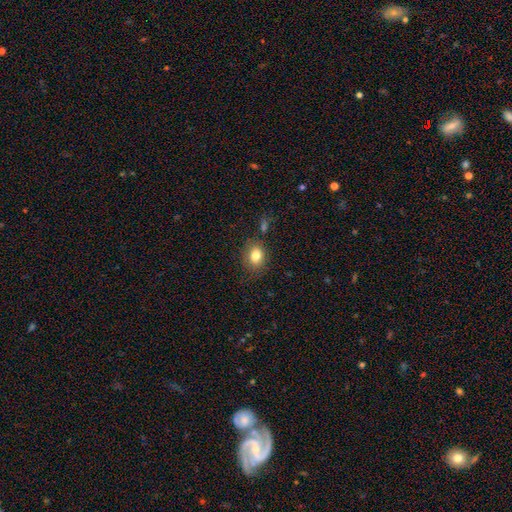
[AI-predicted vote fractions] The model was most divided on "how rounded": in between: 55%, round: 44%, cigar-shaped: 1%. More confident: smooth or featured — smooth (82%); merging — none (79%).